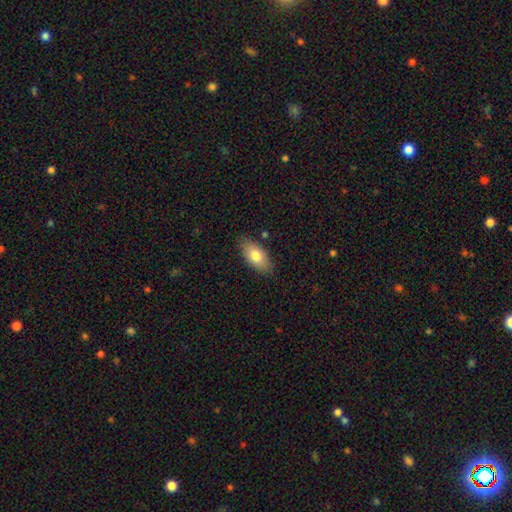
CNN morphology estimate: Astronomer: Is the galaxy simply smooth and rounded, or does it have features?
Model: smooth — 77%.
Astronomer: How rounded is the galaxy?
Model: in between — 91%.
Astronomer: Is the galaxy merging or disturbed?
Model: none — 84%.